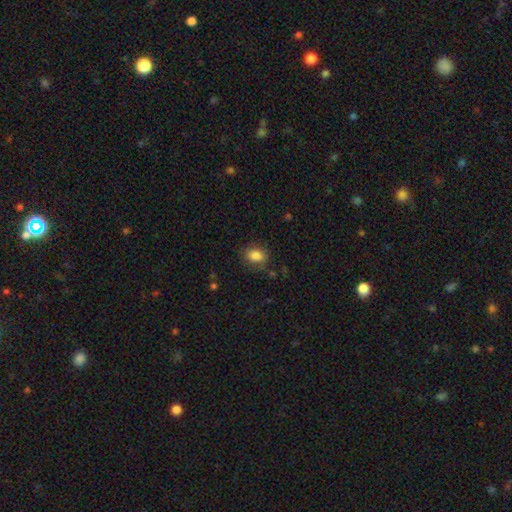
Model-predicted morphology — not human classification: Q: Smooth or featured?
A: smooth (85%); runner-up: star or artifact (9%)
Q: How rounded?
A: in between (68%); runner-up: round (30%)
Q: Merging?
A: none (81%); runner-up: minor disturbance (13%)